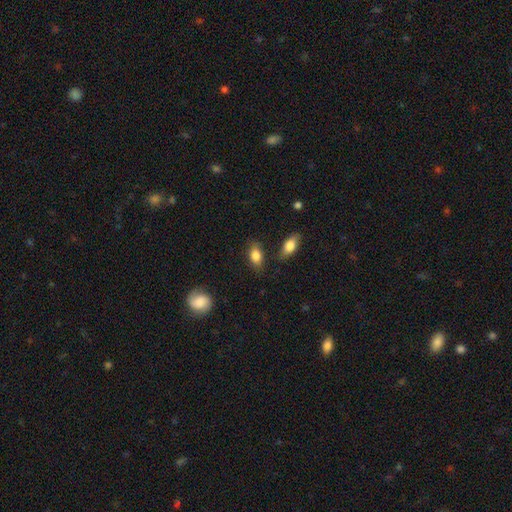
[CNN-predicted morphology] This is clearly a smooth galaxy (84%). How rounded: clearly in between (86%). Merging: likely none (75%).